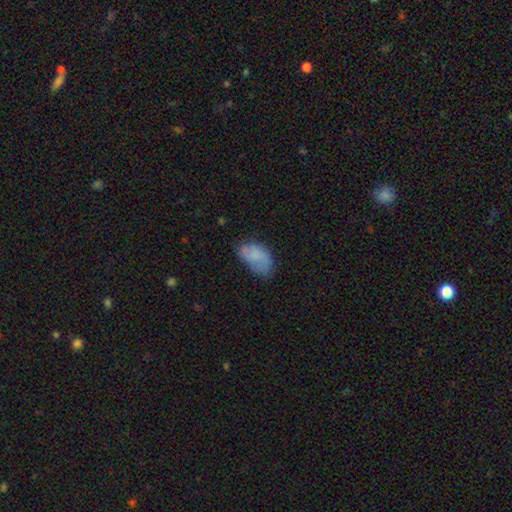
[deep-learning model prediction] smooth 74%, featured or disk 18%, star or artifact 8%. Down the decision tree: how rounded — in between (92%); merging — none (44%).